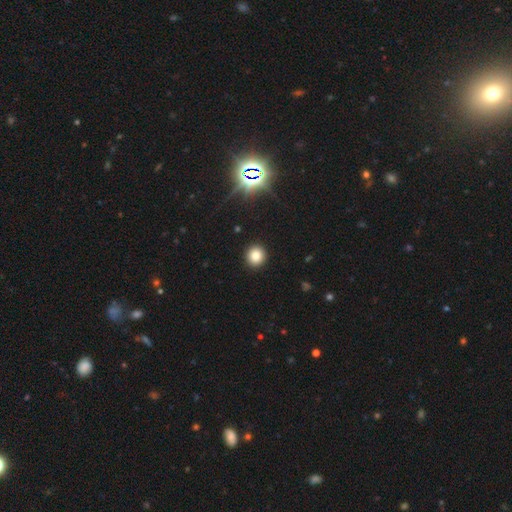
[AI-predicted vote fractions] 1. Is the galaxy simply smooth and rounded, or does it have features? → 82% smooth, 13% star or artifact, 5% featured or disk.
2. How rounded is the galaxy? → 92% round, 7% in between, 1% cigar-shaped.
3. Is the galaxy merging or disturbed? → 93% none, 5% minor disturbance, 2% major disturbance, 1% merger.